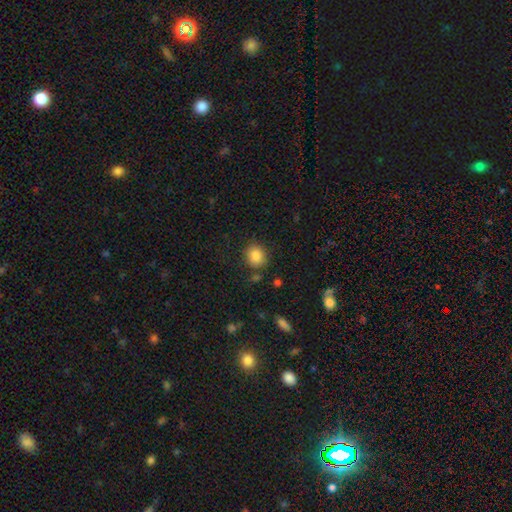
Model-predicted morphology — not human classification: smooth_or_featured: smooth (p=0.86) [alt: star or artifact p=0.10]
how_rounded: round (p=0.75) [alt: in between p=0.24]
merging: none (p=0.81) [alt: minor disturbance p=0.11]